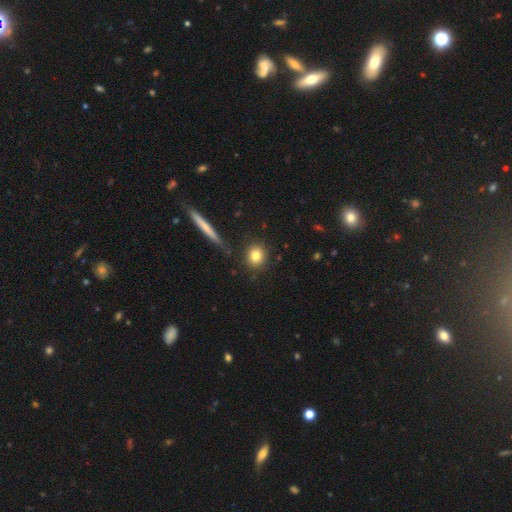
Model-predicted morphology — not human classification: type=smooth (80%); roundness=round (84%); merging=none (88%).